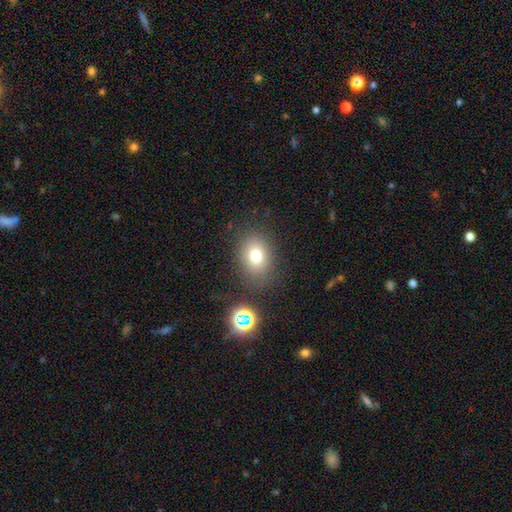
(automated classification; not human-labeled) This appears to be a smooth galaxy with no disk features (74%) that is in between round and cigar-shaped (54%). Merging: none (79%).